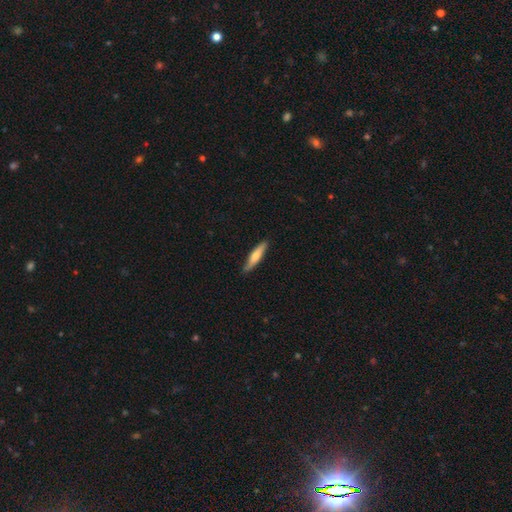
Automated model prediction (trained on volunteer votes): This appears to be a smooth galaxy with no disk features (63%) that is cigar-shaped (83%). Merging: none (85%).